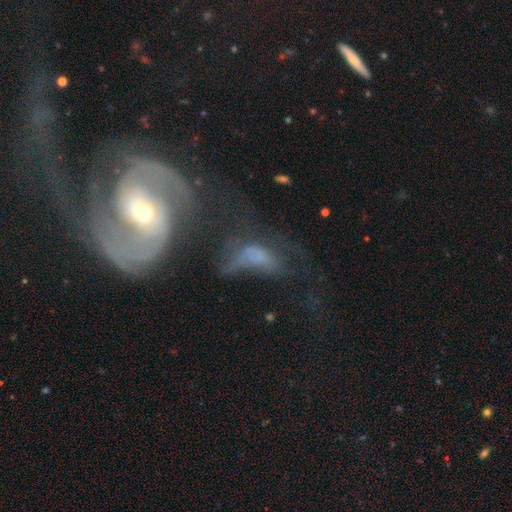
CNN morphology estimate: Smooth or featured? Predicted: featured or disk (p=0.54). Edge-on disk? Predicted: no (p=0.93). Bar? Predicted: no (p=0.68). Spiral arms? Predicted: yes (p=0.52). Bulge size? Predicted: small (p=0.44). Merging? Predicted: merger (p=0.33, tied with major disturbance).